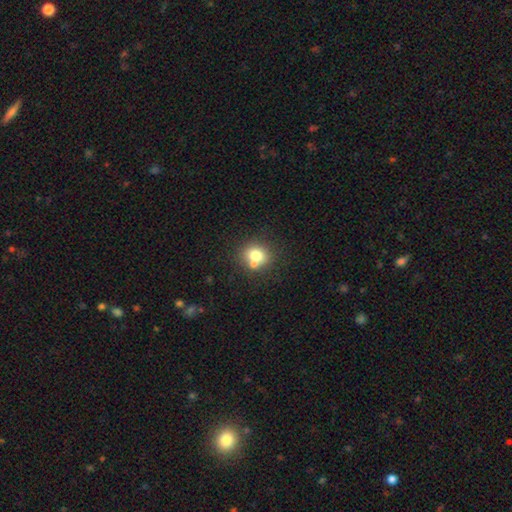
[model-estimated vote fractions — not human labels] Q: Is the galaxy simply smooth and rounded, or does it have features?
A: smooth — 74%.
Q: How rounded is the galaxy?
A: round — 76%.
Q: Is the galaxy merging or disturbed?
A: none — 59%.